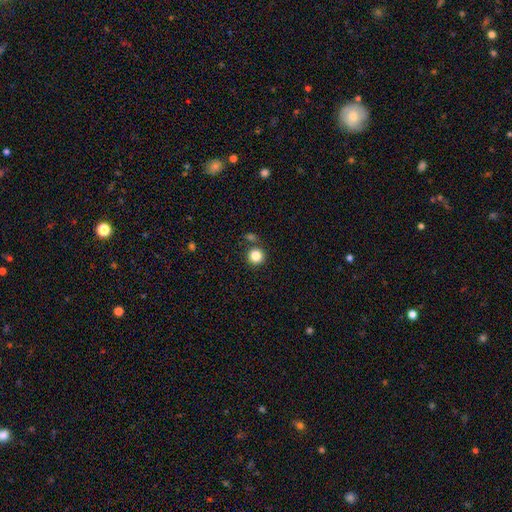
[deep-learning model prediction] Smooth or featured: smooth — 84% (star or artifact — 11%)
How rounded: round — 95% (in between — 4%)
Merging: none — 83% (merger — 8%)